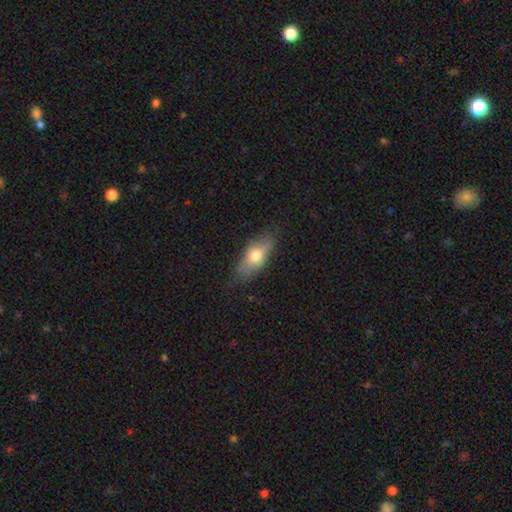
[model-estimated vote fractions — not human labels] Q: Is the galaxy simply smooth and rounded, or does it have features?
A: smooth — 66%.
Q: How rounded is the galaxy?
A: in between — 77%.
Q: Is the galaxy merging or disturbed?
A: none — 74%.